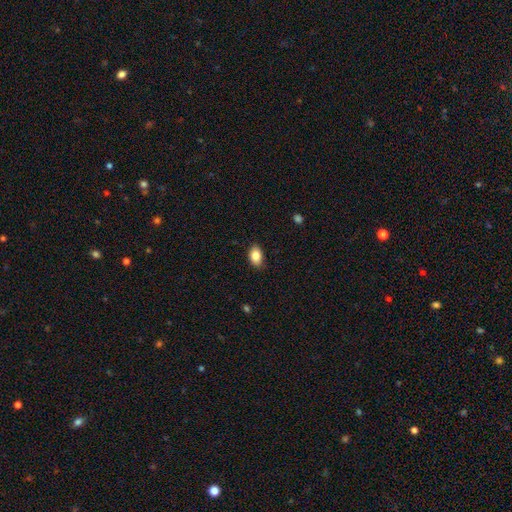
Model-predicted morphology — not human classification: Overall: smooth (86%). How rounded: in between (86%). Merging: none (84%).